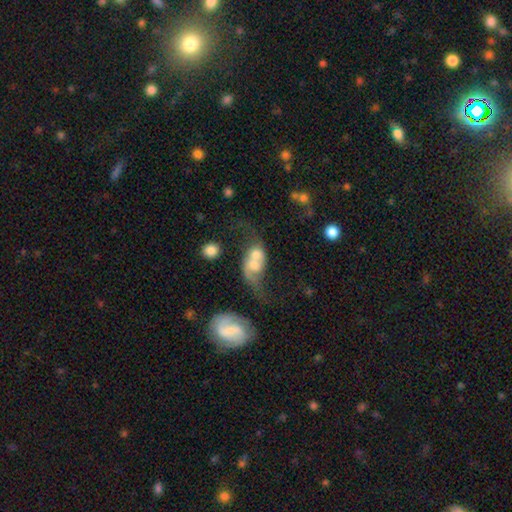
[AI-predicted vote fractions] Smooth or featured: featured or disk — 50% (smooth — 40%)
Merging: merger — 66% (none — 13%)